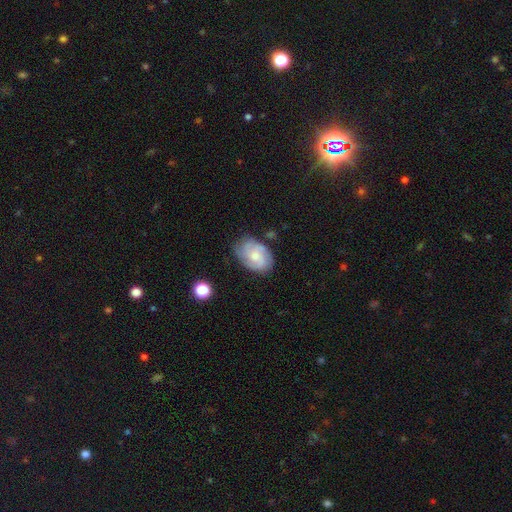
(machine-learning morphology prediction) The model was most divided on "spiral arm count": 3: 32%, 2: 28%, can't tell: 25%, 4: 7%, 1: 4%, more than 4: 3%. Remaining: edge-on disk — no (97%); spiral arms — yes (92%); merging — none (70%); smooth or featured — featured or disk (67%); bar — no (66%); spiral winding — tight (47%); bulge size — moderate (47%).